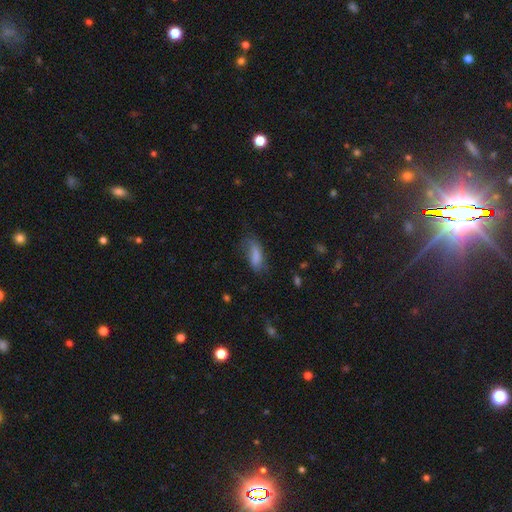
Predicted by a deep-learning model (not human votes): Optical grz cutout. It shows a smooth galaxy with no disk features (76%) that is in between round and cigar-shaped (75%). Merging: none (46%).